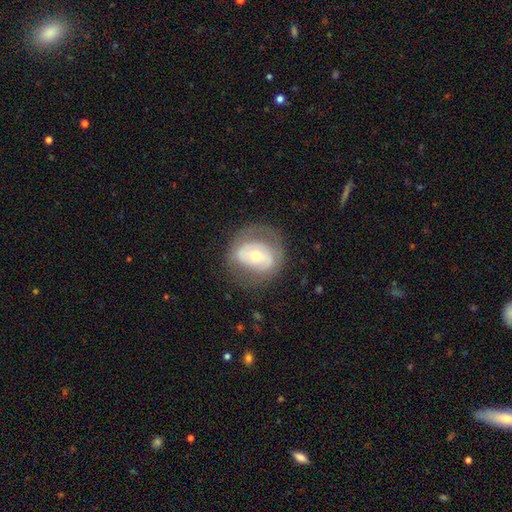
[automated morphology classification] Overall: featured or disk (59%; smooth 34%). Edge-on disk: no (95%). Bar: no (53%; weak 30%). Spiral arms: no (53%; yes 47%). Bulge size: moderate (56%; small 36%). Merging: none (64%).